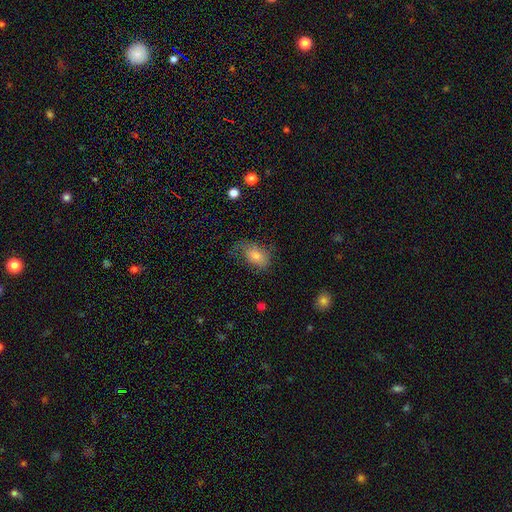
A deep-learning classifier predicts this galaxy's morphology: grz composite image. It shows a smooth galaxy with no disk features (62%) that is in between round and cigar-shaped (86%). Merging: none (48%).